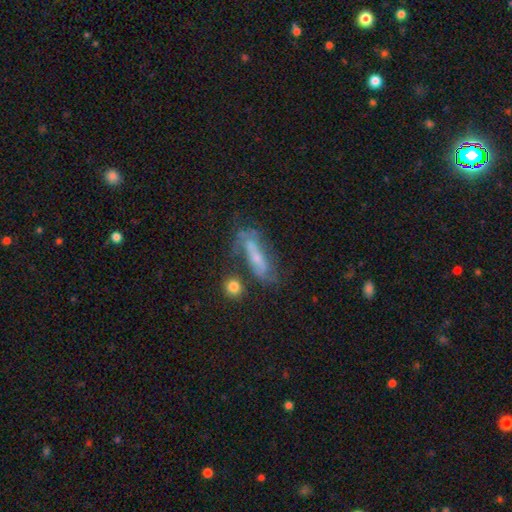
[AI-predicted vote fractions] featured or disk 56%, smooth 33%, star or artifact 11%. Down the decision tree: edge-on disk — no (69%); merging — none (44%).